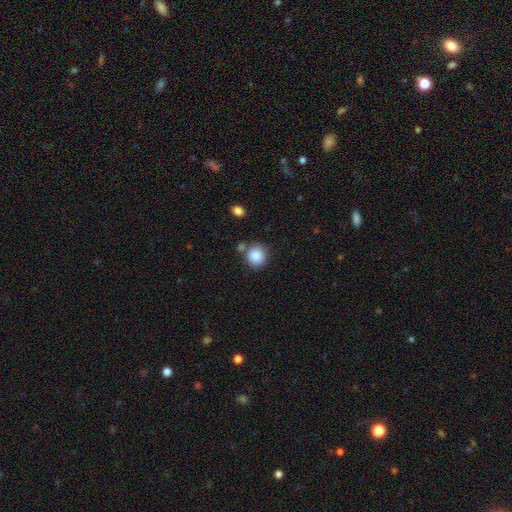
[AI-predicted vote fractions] Smooth or featured? Predicted: smooth (p=0.86). How rounded? Predicted: round (p=0.90). Merging? Predicted: none (p=0.73).